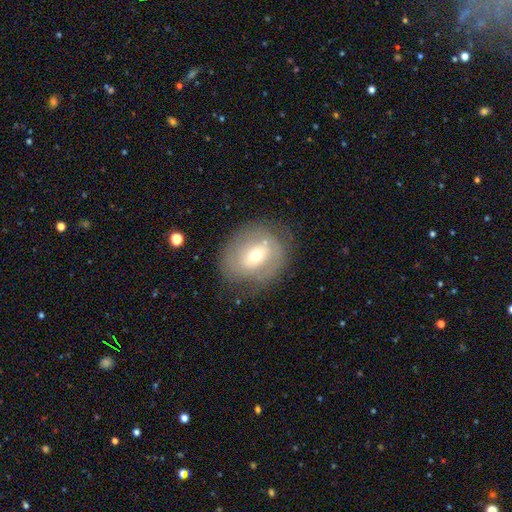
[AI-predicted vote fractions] Q: Smooth or featured?
A: featured or disk (54%); runner-up: smooth (38%)
Q: Edge-on disk?
A: no (95%); runner-up: yes (5%)
Q: Bar?
A: no (48%); runner-up: weak (36%)
Q: Spiral arms?
A: yes (53%); runner-up: no (47%)
Q: Bulge size?
A: moderate (55%); runner-up: small (39%)
Q: Merging?
A: none (70%); runner-up: minor disturbance (19%)